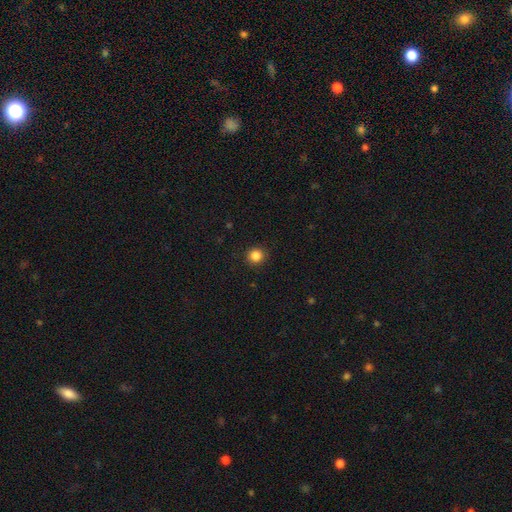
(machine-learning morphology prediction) Overall: smooth (85%). How rounded: round (90%). Merging: none (91%).